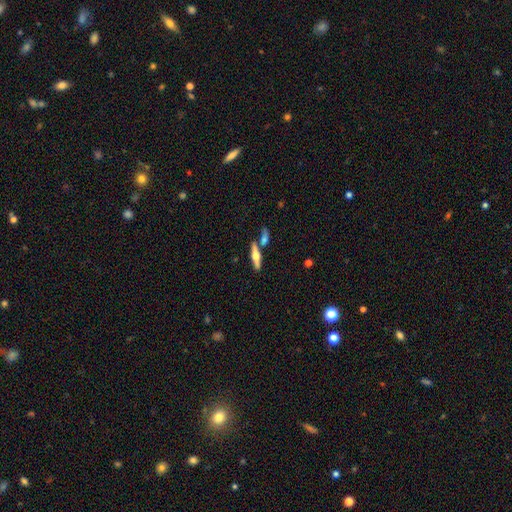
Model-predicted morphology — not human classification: Smooth or featured: featured or disk — 62% (smooth — 32%)
Edge-on disk: yes — 95% (no — 5%)
Edge-on bulge: rounded — 93% (boxy — 4%)
Merging: none — 67% (merger — 20%)